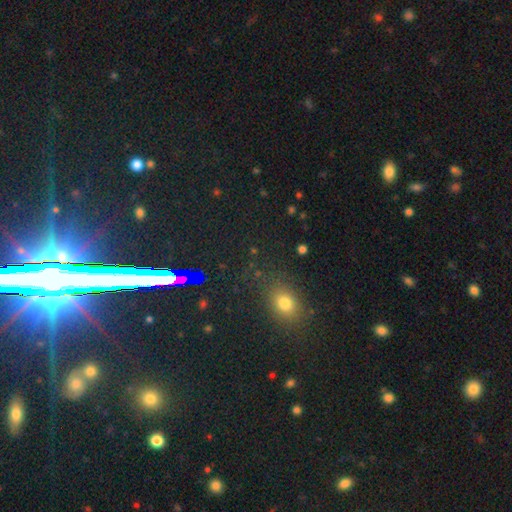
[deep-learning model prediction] star or artifact 45%, smooth 43%, featured or disk 12%.